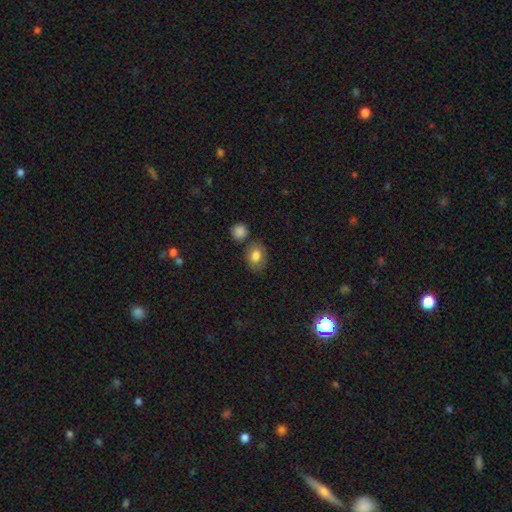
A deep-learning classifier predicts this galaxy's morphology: type=smooth (80%); roundness=in between (62%); merging=none (71%).